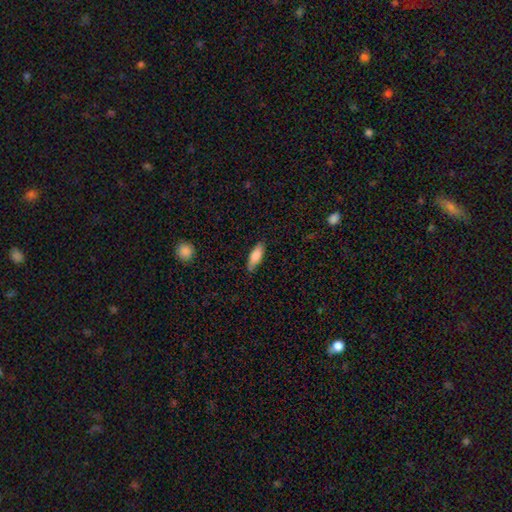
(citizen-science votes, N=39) smooth_or_featured: smooth (p=0.82) [alt: featured or disk p=0.15]
how_rounded: in between (p=0.59) [alt: cigar-shaped p=0.41]
merging: none (p=0.87) [alt: minor disturbance p=0.11]